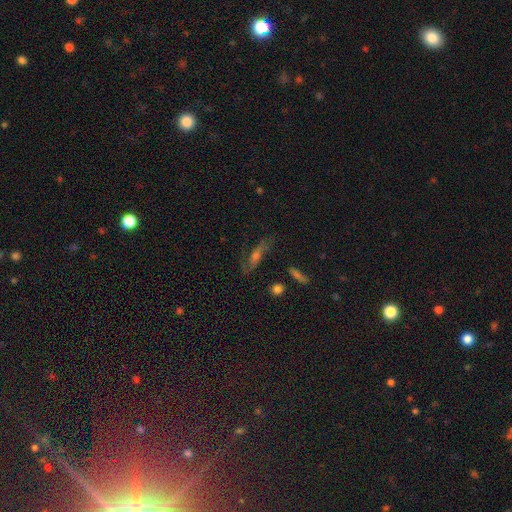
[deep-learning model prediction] Smooth or featured? Predicted: featured or disk (p=0.53). Edge-on disk? Predicted: no (p=0.67). Merging? Predicted: none (p=0.70).